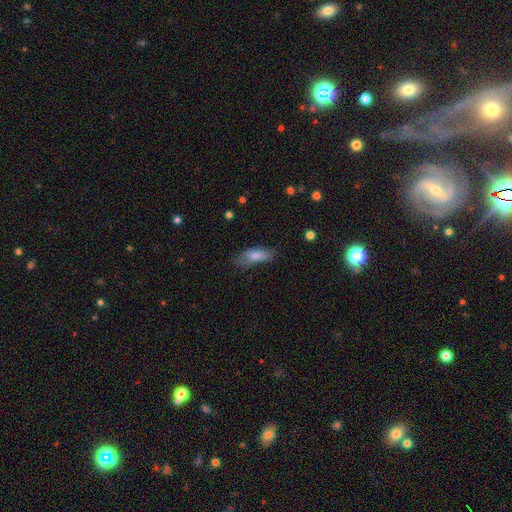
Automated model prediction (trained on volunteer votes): smooth 78%, featured or disk 15%, star or artifact 7%. Down the decision tree: how rounded — in between (71%); merging — none (53%).